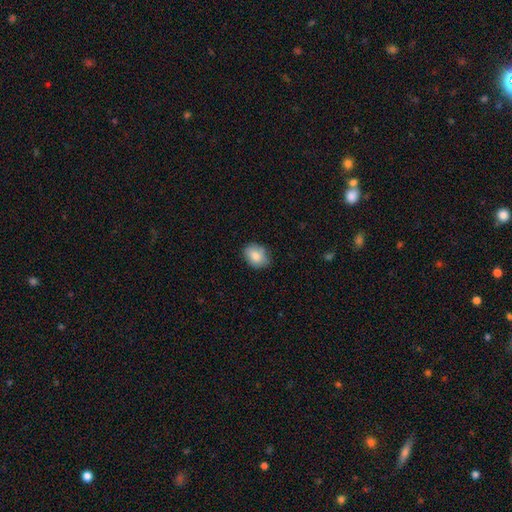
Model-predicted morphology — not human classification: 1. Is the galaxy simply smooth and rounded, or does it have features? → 81% smooth, 11% featured or disk, 8% star or artifact.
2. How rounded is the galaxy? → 61% in between, 38% round, 1% cigar-shaped.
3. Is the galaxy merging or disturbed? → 77% none, 19% minor disturbance, 3% major disturbance, 1% merger.